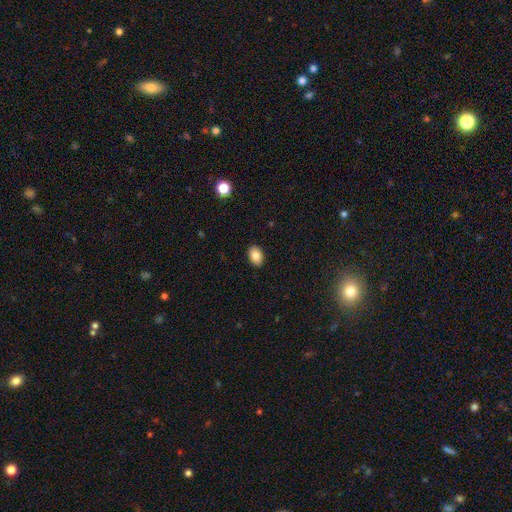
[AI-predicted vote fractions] smooth 86%, star or artifact 8%, featured or disk 6%. Down the decision tree: how rounded — in between (87%); merging — none (90%).